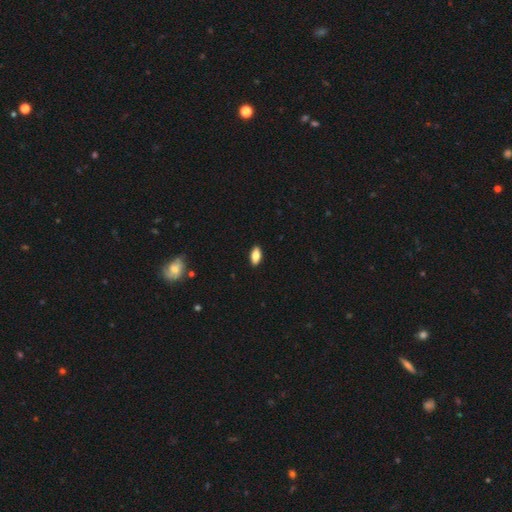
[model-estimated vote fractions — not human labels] This is clearly a smooth galaxy (83%). How rounded: clearly in between (89%). Merging: clearly none (89%).